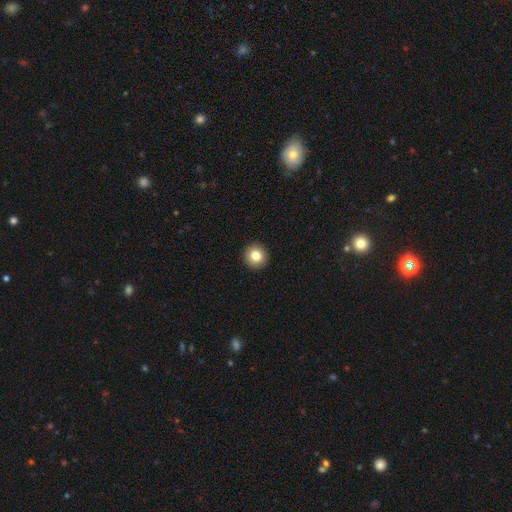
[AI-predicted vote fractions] Smooth or featured? Predicted: smooth (p=0.83). How rounded? Predicted: round (p=0.94). Merging? Predicted: none (p=0.94).